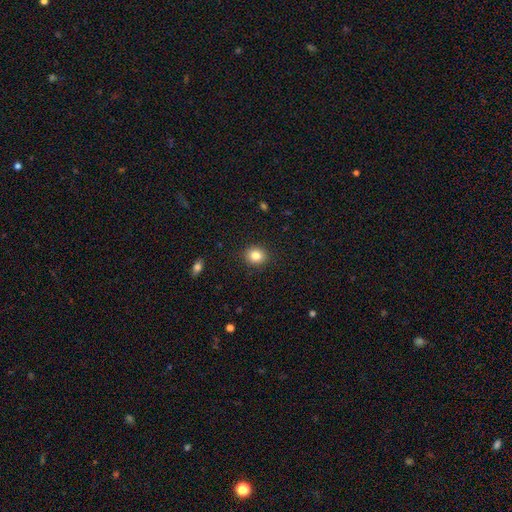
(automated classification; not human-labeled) Morphology: type=smooth (84%); roundness=round (75%); merging=none (91%).